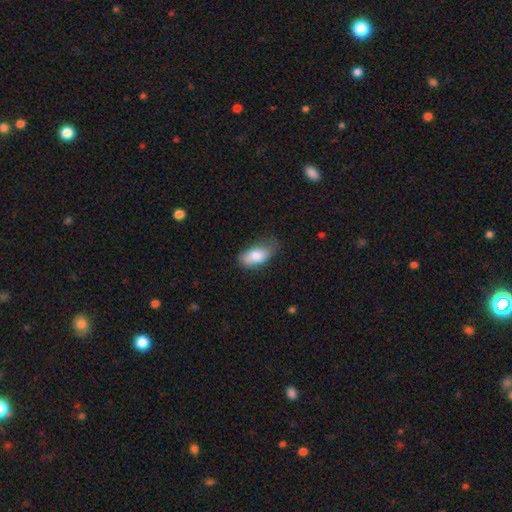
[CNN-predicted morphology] Q: Smooth or featured?
A: smooth (82%); runner-up: featured or disk (11%)
Q: How rounded?
A: in between (90%); runner-up: cigar-shaped (7%)
Q: Merging?
A: none (58%); runner-up: minor disturbance (32%)